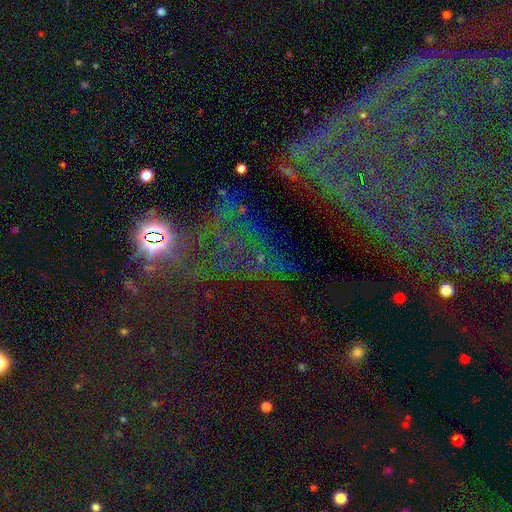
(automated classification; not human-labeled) Smooth or featured?
  - star or artifact: 69% *
  - smooth: 16%
  - featured or disk: 15%